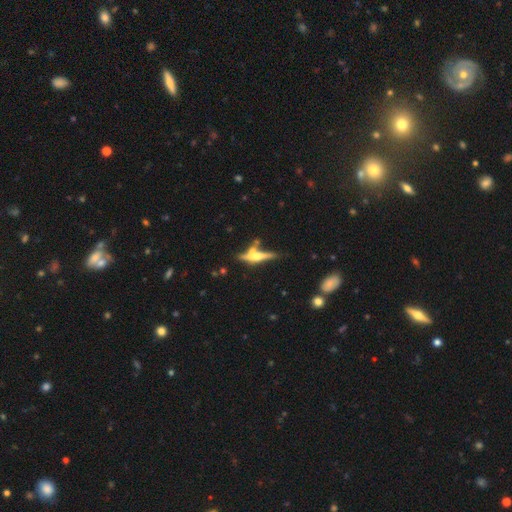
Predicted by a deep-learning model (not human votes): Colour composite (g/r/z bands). It shows a featured or disk galaxy (63%) viewed edge-on (92%) with a rounded central bulge (80%). Merging: none (55%).